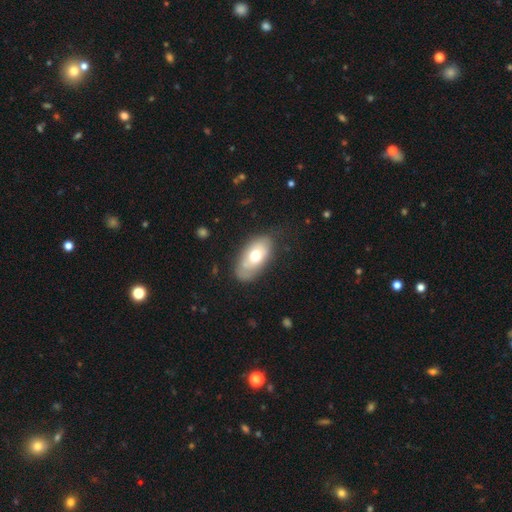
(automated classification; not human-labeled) smooth-or-featured: smooth: 62% | featured or disk: 32% | star or artifact: 7%
  how-rounded: in between: 92% | round: 5% | cigar-shaped: 3%
  merging: none: 65% | minor disturbance: 24% | major disturbance: 7% | merger: 3%